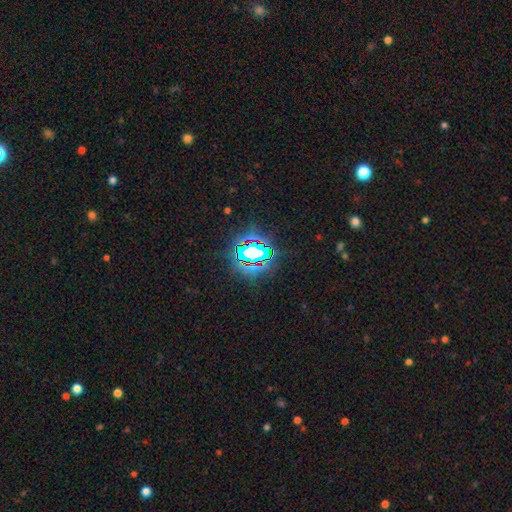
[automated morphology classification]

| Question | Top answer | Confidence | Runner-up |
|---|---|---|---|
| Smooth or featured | star or artifact | 70% | smooth (17%) |